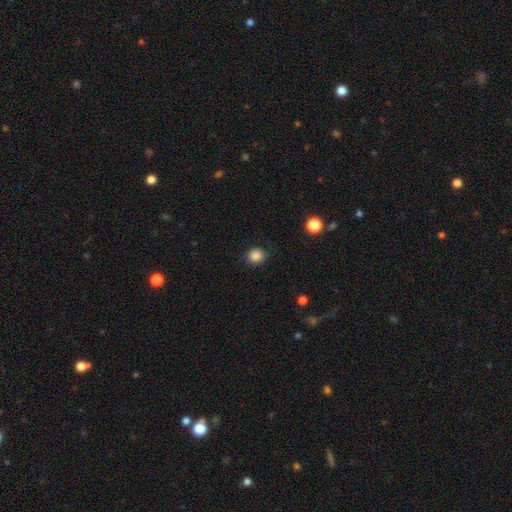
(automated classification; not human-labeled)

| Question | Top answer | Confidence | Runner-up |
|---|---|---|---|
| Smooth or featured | smooth | 86% | star or artifact (10%) |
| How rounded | round | 82% | in between (17%) |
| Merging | none | 84% | minor disturbance (12%) |